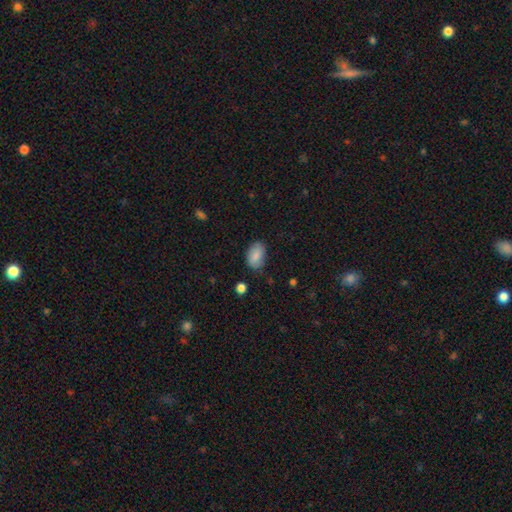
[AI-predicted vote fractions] Morphology: type=smooth (83%); roundness=in between (90%); merging=none (75%).